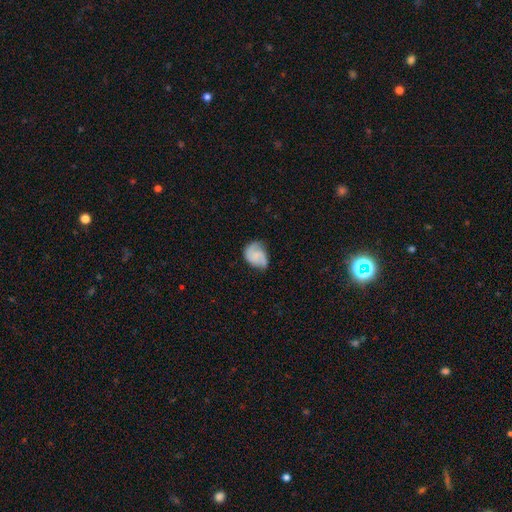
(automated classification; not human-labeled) Smooth or featured: smooth — 50% (featured or disk — 42%)
How rounded: in between — 59% (round — 39%)
Merging: none — 51% (minor disturbance — 35%)